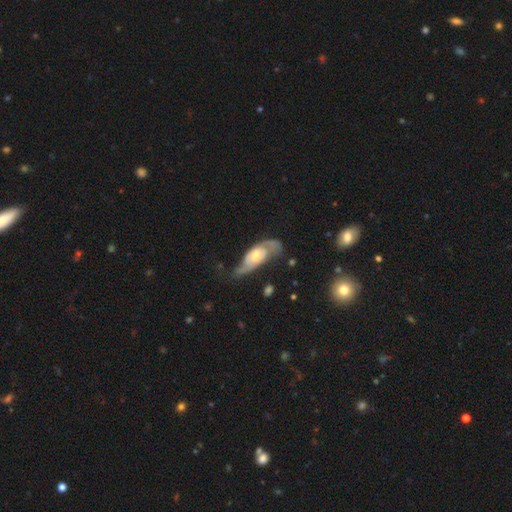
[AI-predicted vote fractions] This appears to be a featured or disk galaxy (74%) with no bar (61%), 2 (69%) medium (42%) spiral arms (85%) and a moderate central bulge (59%). Merging: none (44%).